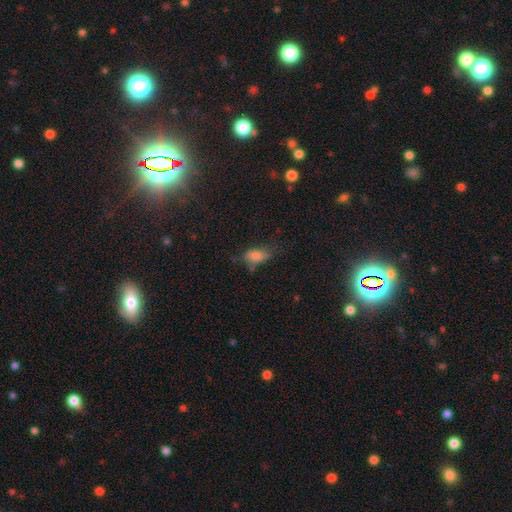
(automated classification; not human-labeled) Smooth or featured?
  - smooth: 74% *
  - star or artifact: 14%
  - featured or disk: 12%
How rounded?
  - in between: 86% *
  - round: 9%
  - cigar-shaped: 5%
Merging?
  - none: 47% *
  - minor disturbance: 31%
  - major disturbance: 17%
  - merger: 4%